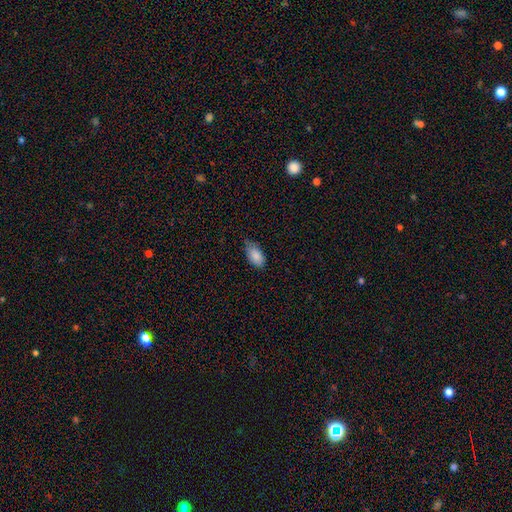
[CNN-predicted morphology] Overall: smooth (87%). How rounded: in between (94%). Merging: none (61%; minor disturbance 32%).